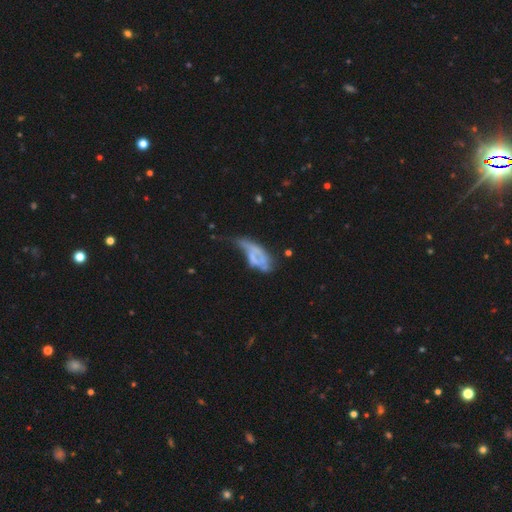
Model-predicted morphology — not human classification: This appears to be a featured or disk galaxy (53%). Merging: major disturbance (47%).